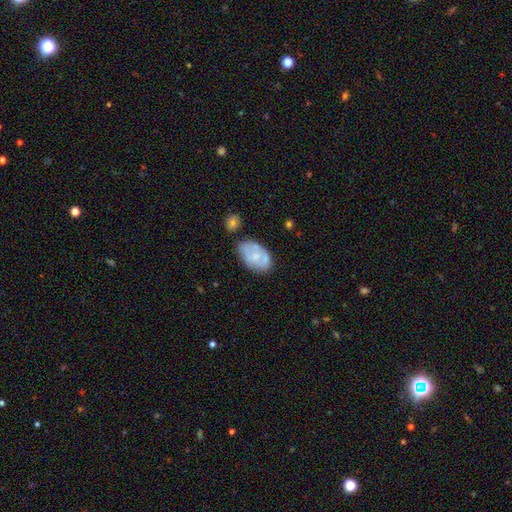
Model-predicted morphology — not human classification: This appears to be a smooth galaxy with no disk features (52%) that is in between round and cigar-shaped (91%). Merging: none (53%).